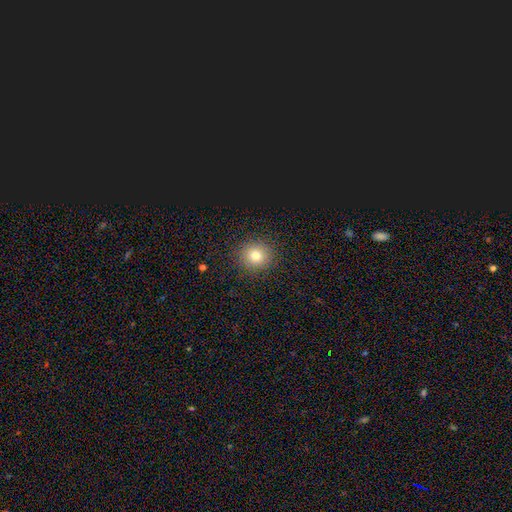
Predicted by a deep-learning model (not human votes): Overall: smooth (77%). How rounded: round (89%). Merging: none (90%).